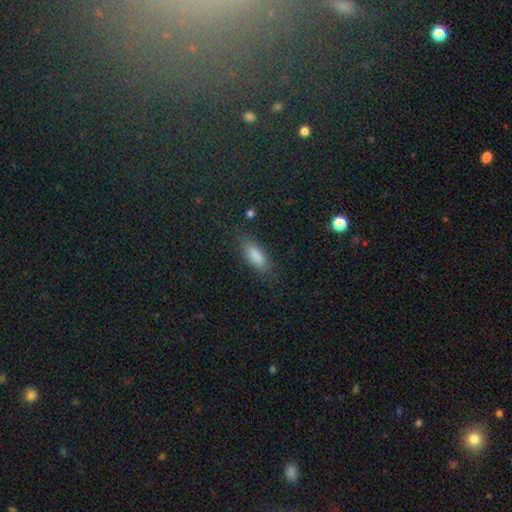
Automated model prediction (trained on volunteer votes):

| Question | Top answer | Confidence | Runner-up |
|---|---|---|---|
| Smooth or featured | smooth | 84% | star or artifact (8%) |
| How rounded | in between | 74% | cigar-shaped (23%) |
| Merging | none | 80% | minor disturbance (14%) |